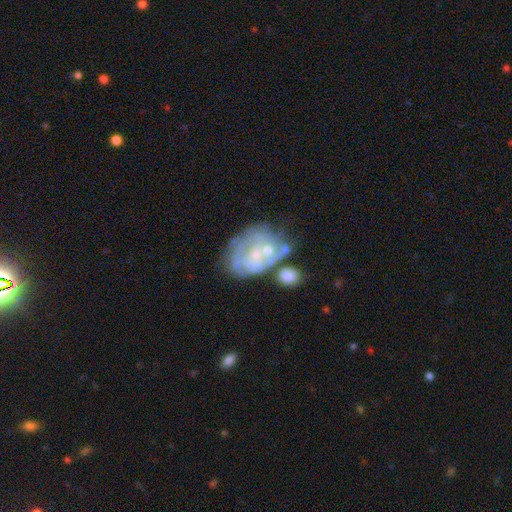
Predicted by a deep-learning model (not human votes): A featured or disk galaxy (69%) with no bar (81%), spiral arms (54%) and a small central bulge (68%).

Vote fractions:
- Smooth or featured? featured or disk: 69% / smooth: 22% / star or artifact: 9%
- Edge-on disk? no: 97% / yes: 3%
- Bar? no: 81% / weak: 16% / strong: 3%
- Spiral arms? yes: 54% / no: 46%
- Bulge size? small: 68% / moderate: 22% / none: 7% / large: 2% / dominant: 1%
- Merging? none: 38% / merger: 23% / minor disturbance: 21% / major disturbance: 17%